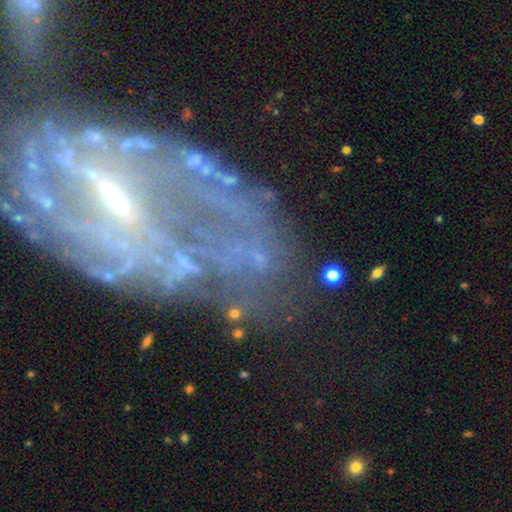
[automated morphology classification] Smooth or featured? featured or disk (54%)
Edge-on disk? no (94%)
Bar? no (63%)
Spiral arms? yes (60%)
Bulge size? none (36%, tied with small)
Merging? none (54%)